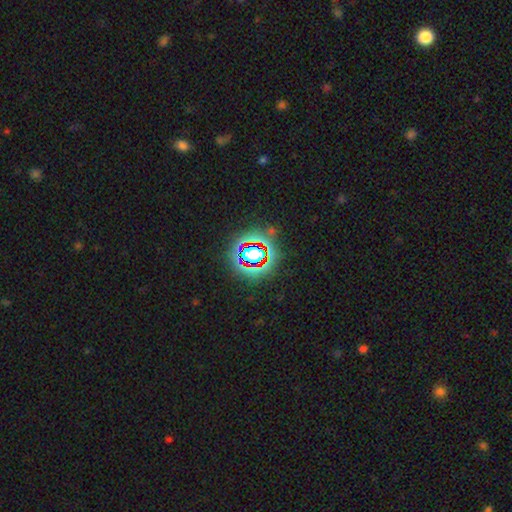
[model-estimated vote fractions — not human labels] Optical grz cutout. It shows a star or artifact, not a galaxy (76%).